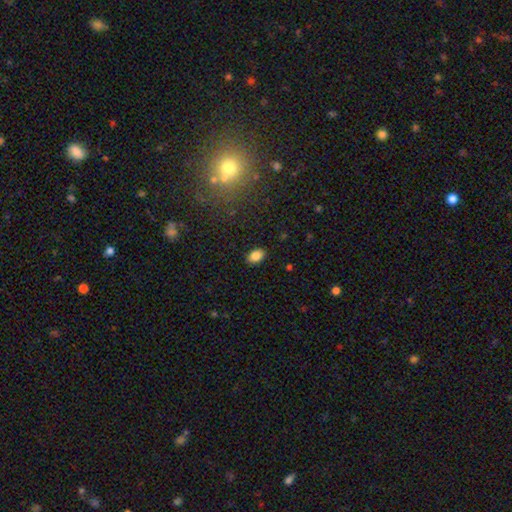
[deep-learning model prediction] This appears to be a smooth galaxy with no disk features (85%) that is in between round and cigar-shaped (88%). Merging: none (88%).